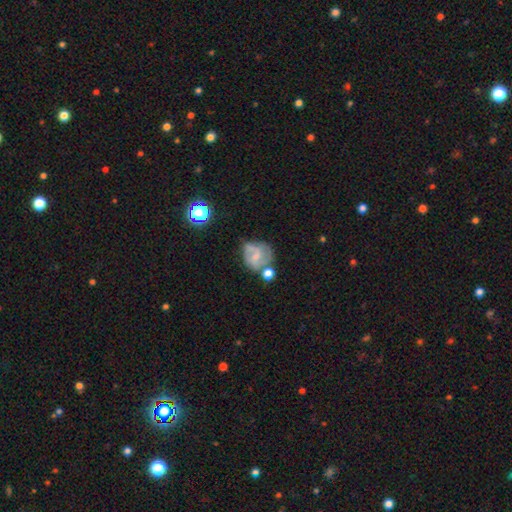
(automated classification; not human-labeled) Smooth or featured? featured or disk (61%)
Edge-on disk? no (97%)
Bar? weak (49%)
Spiral arms? yes (80%)
Bulge size? small (53%)
Merging? none (43%)